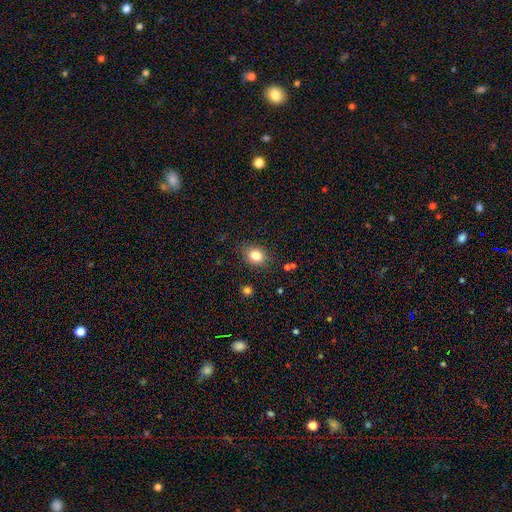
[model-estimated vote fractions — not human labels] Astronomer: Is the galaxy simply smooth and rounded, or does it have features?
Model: smooth — 83%.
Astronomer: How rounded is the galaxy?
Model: round — 50% (runner-up: in between, 49%).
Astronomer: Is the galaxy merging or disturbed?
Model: none — 84%.